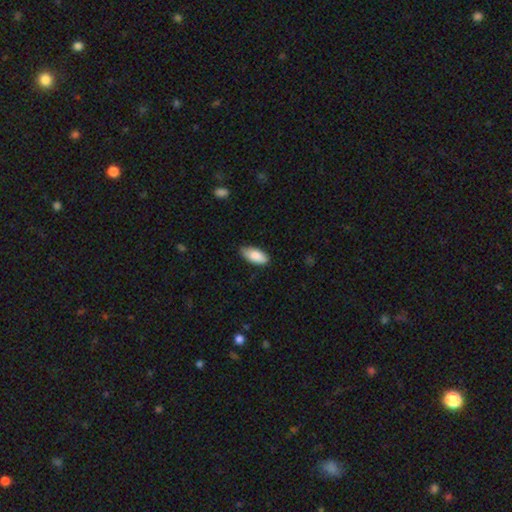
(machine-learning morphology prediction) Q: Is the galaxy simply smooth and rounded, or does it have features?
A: smooth — 87%.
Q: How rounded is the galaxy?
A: in between — 90%.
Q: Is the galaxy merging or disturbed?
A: none — 76%.